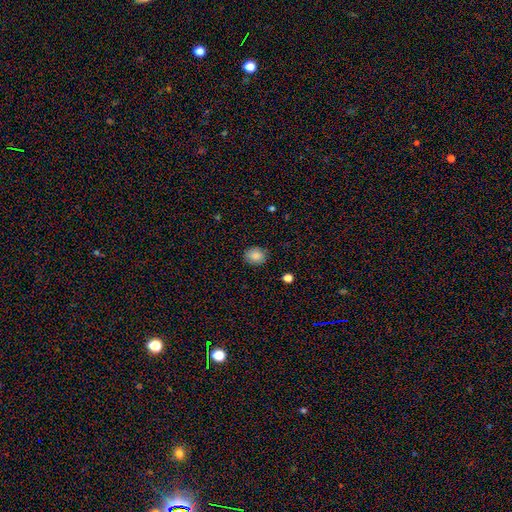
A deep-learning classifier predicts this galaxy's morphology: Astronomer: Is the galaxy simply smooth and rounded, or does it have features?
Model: smooth — 86%.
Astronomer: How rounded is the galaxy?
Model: round — 61% (runner-up: in between, 38%).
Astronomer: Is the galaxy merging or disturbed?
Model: none — 85%.